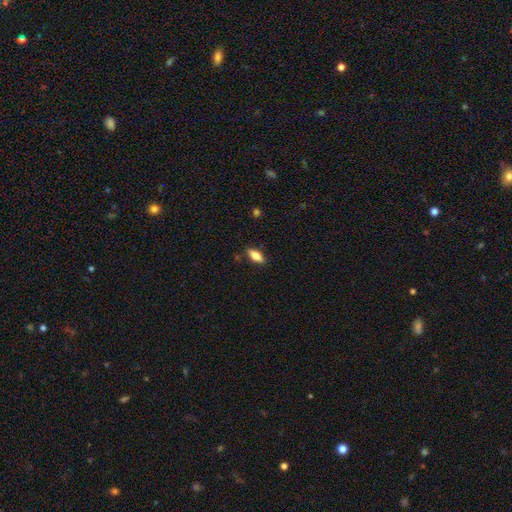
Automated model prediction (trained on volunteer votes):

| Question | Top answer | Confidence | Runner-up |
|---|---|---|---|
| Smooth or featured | smooth | 74% | featured or disk (19%) |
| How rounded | in between | 76% | cigar-shaped (22%) |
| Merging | none | 85% | minor disturbance (11%) |